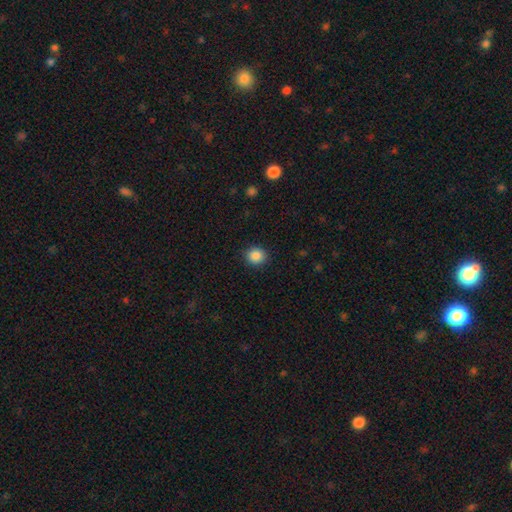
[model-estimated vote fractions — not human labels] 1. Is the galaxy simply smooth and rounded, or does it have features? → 87% smooth, 10% star or artifact, 3% featured or disk.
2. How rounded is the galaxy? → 85% round, 14% in between, 1% cigar-shaped.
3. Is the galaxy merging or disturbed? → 90% none, 6% minor disturbance, 2% major disturbance, 1% merger.